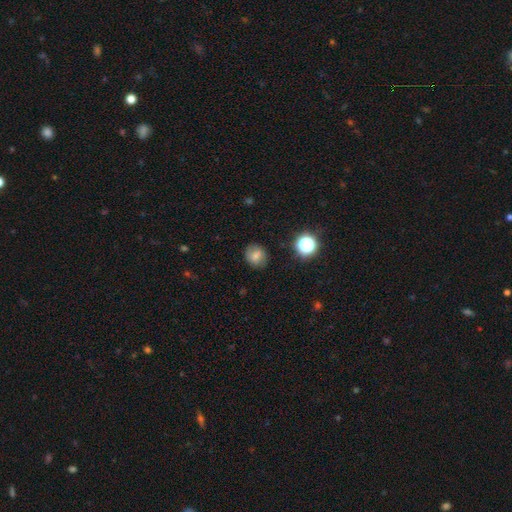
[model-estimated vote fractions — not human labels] smooth_or_featured: smooth (p=0.72) [alt: featured or disk p=0.14]
how_rounded: round (p=0.77) [alt: in between p=0.22]
merging: none (p=0.82) [alt: minor disturbance p=0.12]